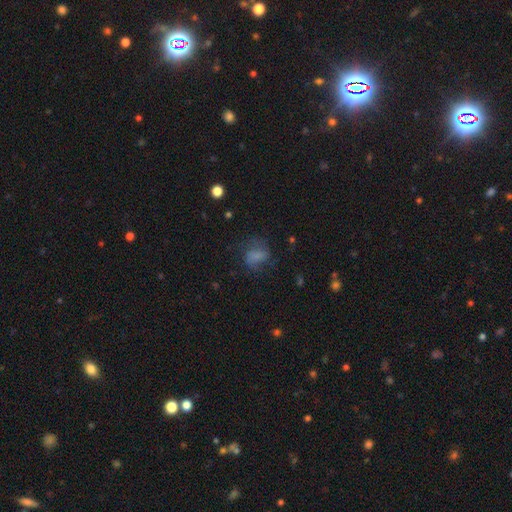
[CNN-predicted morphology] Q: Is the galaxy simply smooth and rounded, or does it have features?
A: smooth — 55%.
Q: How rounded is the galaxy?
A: in between — 56%.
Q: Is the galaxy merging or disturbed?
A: none — 51%.